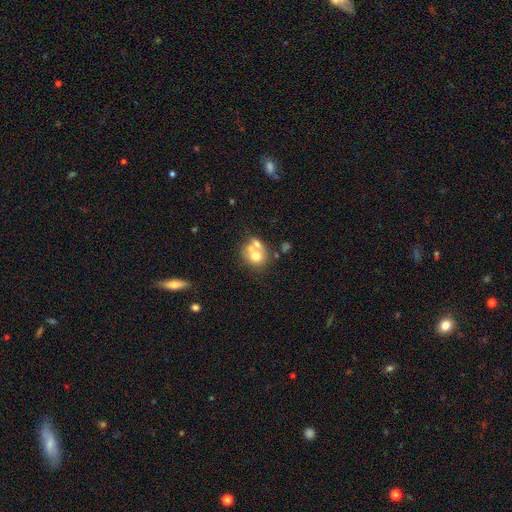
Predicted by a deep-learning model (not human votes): A smooth galaxy with no disk features (60%) that is round (71%).

Vote fractions:
- Smooth or featured? smooth: 60% / featured or disk: 29% / star or artifact: 11%
- How rounded? round: 71% / in between: 28% / cigar-shaped: 1%
- Merging? merger: 50% / none: 34% / minor disturbance: 10% / major disturbance: 6%